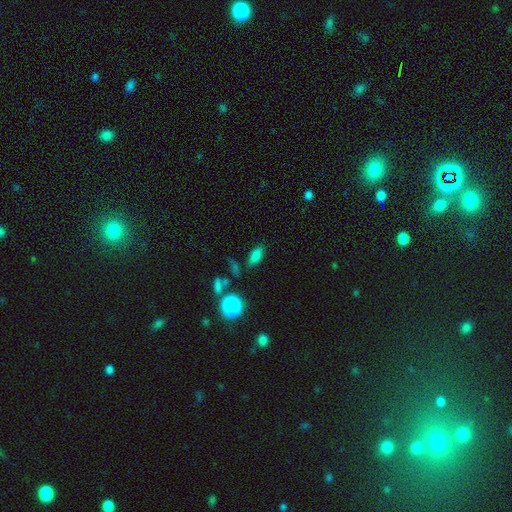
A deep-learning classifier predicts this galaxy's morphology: Smooth or featured? smooth (75%)
How rounded? in between (81%)
Merging? none (75%)